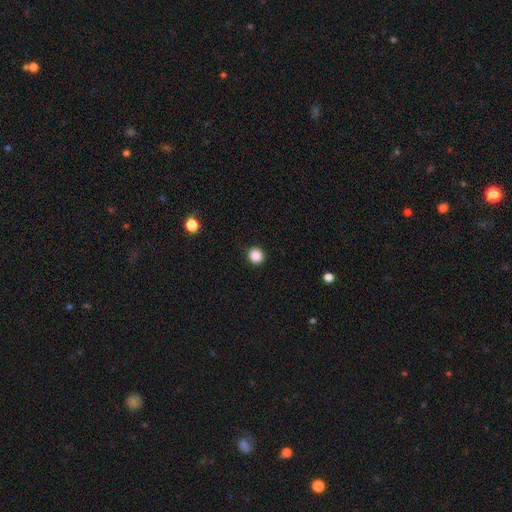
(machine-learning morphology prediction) Smooth or featured?
  - smooth: 87% *
  - star or artifact: 10%
  - featured or disk: 2%
How rounded?
  - round: 92% *
  - in between: 7%
  - cigar-shaped: 1%
Merging?
  - none: 92% *
  - minor disturbance: 5%
  - major disturbance: 2%
  - merger: 1%